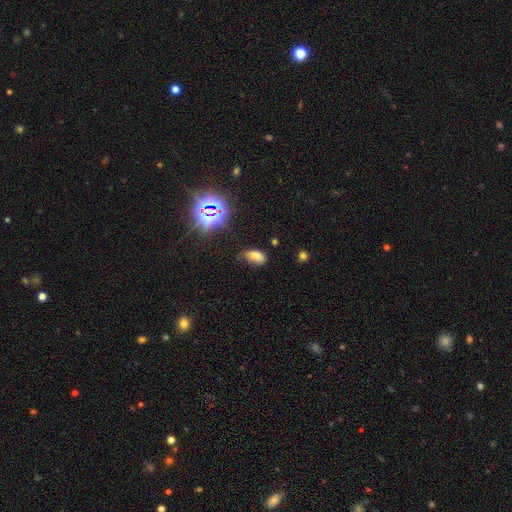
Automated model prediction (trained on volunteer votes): This appears to be a smooth galaxy with no disk features (69%) that is in between round and cigar-shaped (92%). Merging: none (67%).